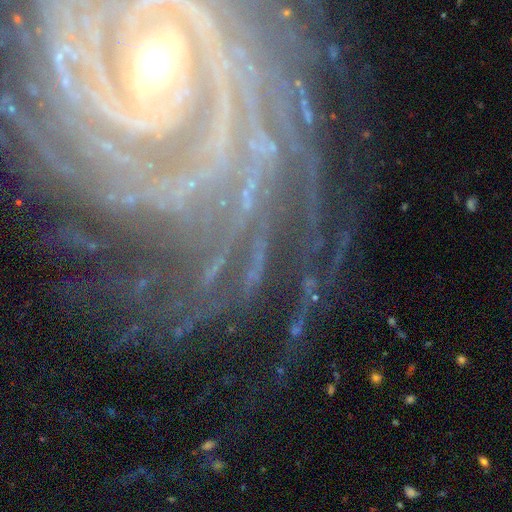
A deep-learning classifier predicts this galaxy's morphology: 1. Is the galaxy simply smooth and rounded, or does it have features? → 48% featured or disk, 41% star or artifact, 11% smooth.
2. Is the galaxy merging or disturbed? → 71% none, 14% minor disturbance, 11% major disturbance, 4% merger.